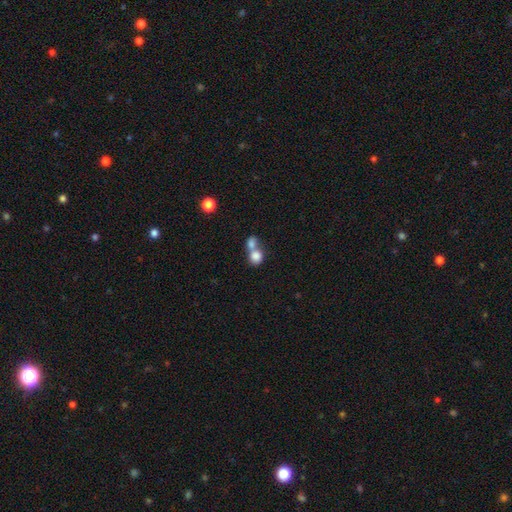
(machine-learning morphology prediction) A smooth galaxy with no disk features (80%) that is round (69%).

Vote fractions:
- Smooth or featured? smooth: 80% / featured or disk: 11% / star or artifact: 9%
- How rounded? round: 69% / in between: 30% / cigar-shaped: 1%
- Merging? merger: 68% / none: 23% / minor disturbance: 5% / major disturbance: 3%